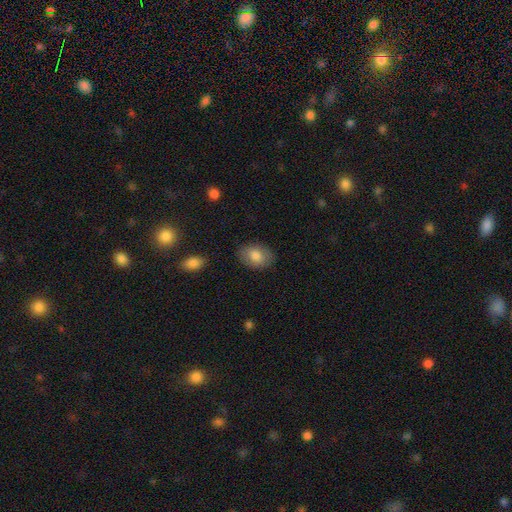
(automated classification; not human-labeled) Smooth or featured?
  - smooth: 80% *
  - featured or disk: 13%
  - star or artifact: 7%
How rounded?
  - in between: 78% *
  - round: 21%
  - cigar-shaped: 1%
Merging?
  - none: 85% *
  - minor disturbance: 11%
  - major disturbance: 3%
  - merger: 1%